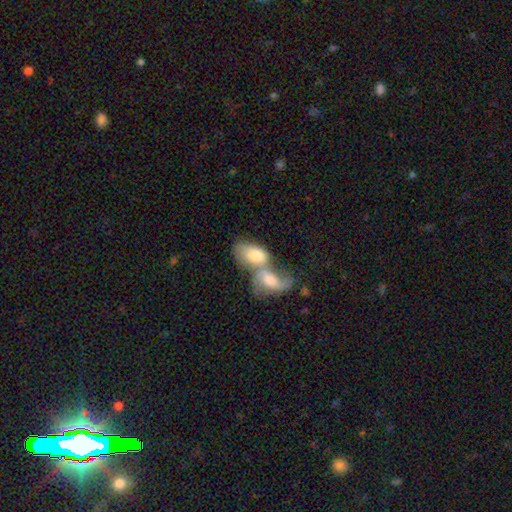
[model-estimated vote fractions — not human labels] Overall: smooth (66%; featured or disk 28%). How rounded: in between (91%). Merging: merger (78%).